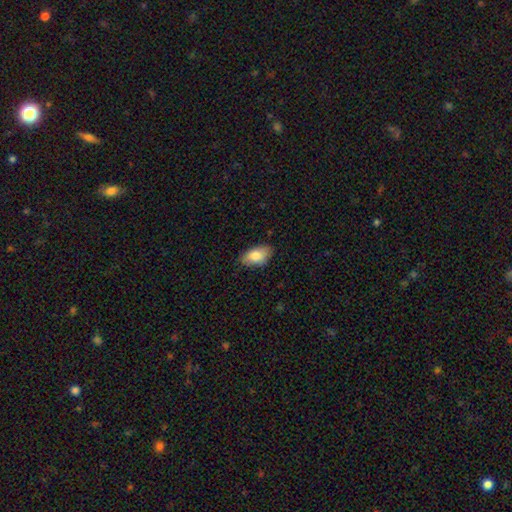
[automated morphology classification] Overall: smooth (82%). How rounded: in between (92%). Merging: none (79%).